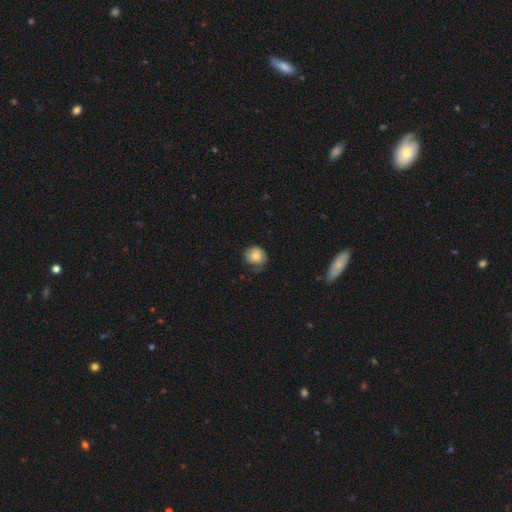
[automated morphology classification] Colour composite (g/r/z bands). It shows a smooth galaxy with no disk features (80%) that is round (86%). Merging: none (62%).